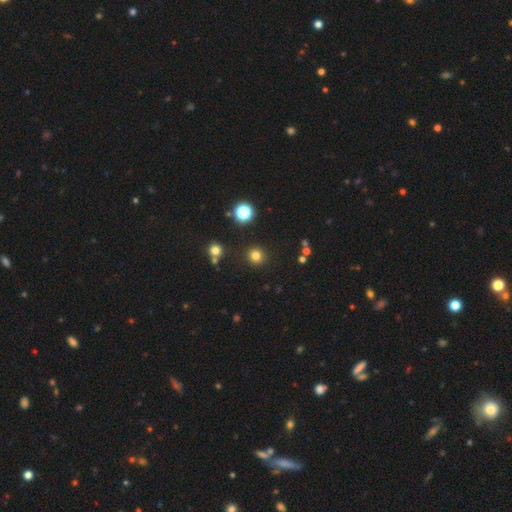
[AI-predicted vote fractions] smooth 78%, star or artifact 16%, featured or disk 5%. Down the decision tree: how rounded — round (94%); merging — none (90%).